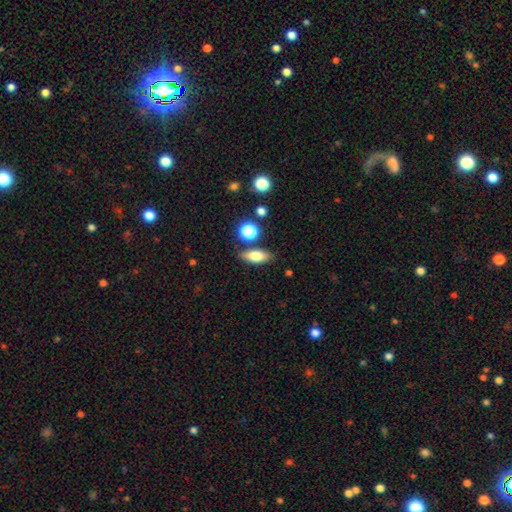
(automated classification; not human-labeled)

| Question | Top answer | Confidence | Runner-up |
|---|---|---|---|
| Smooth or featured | smooth | 74% | featured or disk (16%) |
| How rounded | in between | 72% | cigar-shaped (20%) |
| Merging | none | 80% | minor disturbance (11%) |